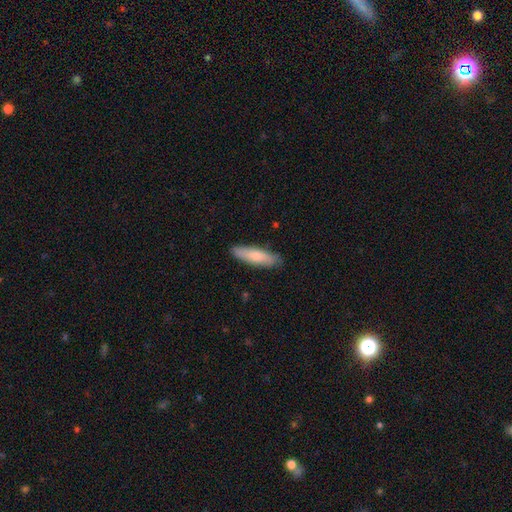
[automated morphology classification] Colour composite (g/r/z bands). It shows a smooth galaxy with no disk features (75%) that is cigar-shaped (62%). Merging: none (84%).